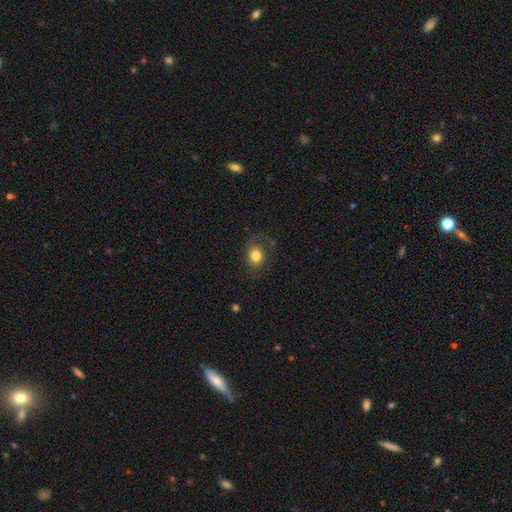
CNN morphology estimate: smooth-or-featured: smooth: 78% | featured or disk: 13% | star or artifact: 9%
  how-rounded: round: 51% | in between: 48% | cigar-shaped: 1%
  merging: none: 65% | minor disturbance: 21% | major disturbance: 12% | merger: 2%